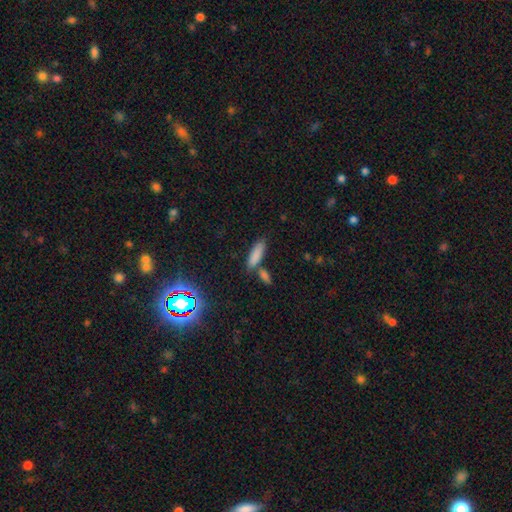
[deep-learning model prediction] The model was most divided on "how rounded": in between: 49%, cigar-shaped: 48%, round: 3%. More confident: smooth or featured — smooth (81%); merging — none (62%).